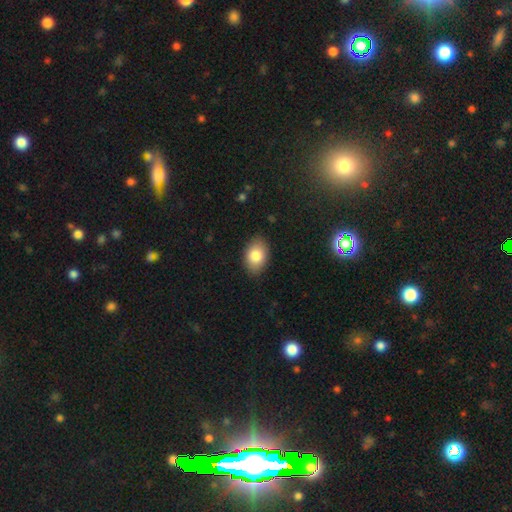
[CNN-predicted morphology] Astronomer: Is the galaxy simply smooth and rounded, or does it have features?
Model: smooth — 83%.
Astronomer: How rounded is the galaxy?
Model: in between — 84%.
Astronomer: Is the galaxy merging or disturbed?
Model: none — 86%.